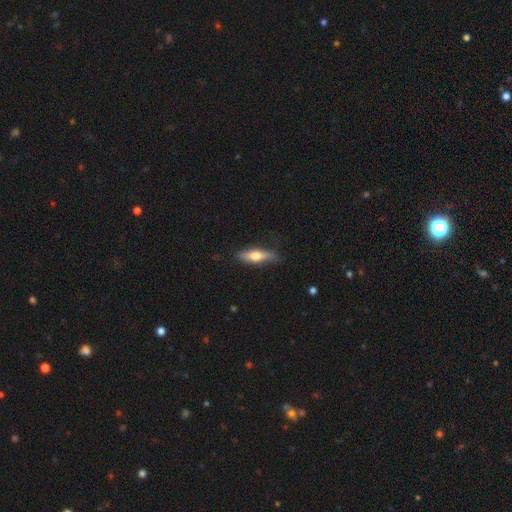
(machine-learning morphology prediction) smooth_or_featured: smooth (p=0.62) [alt: featured or disk p=0.33]
how_rounded: cigar-shaped (p=0.62) [alt: in between p=0.36]
merging: none (p=0.75) [alt: minor disturbance p=0.20]